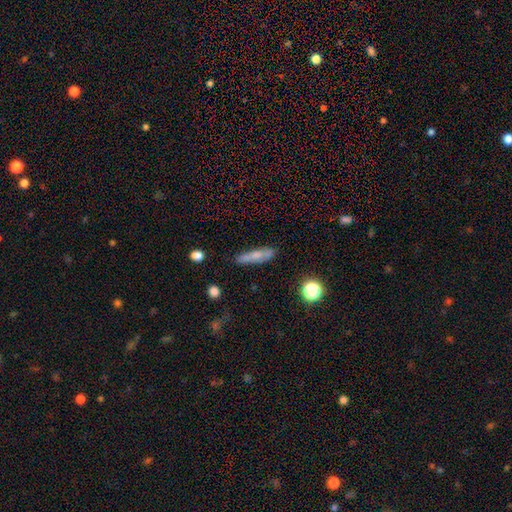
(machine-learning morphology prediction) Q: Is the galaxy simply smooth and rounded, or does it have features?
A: smooth — 66%.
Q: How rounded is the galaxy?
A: cigar-shaped — 76%.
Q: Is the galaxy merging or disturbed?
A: none — 74%.